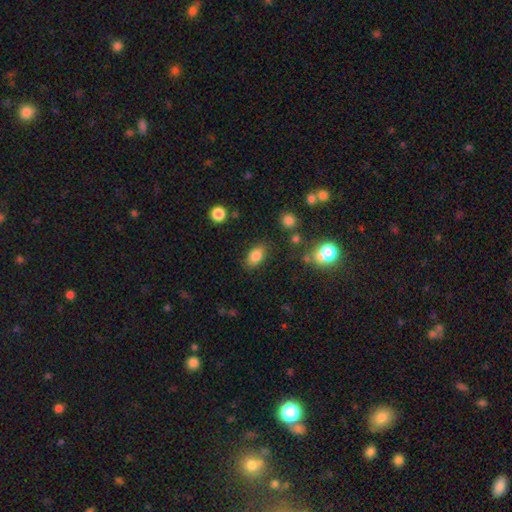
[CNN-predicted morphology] Q: Smooth or featured?
A: smooth (84%); runner-up: star or artifact (10%)
Q: How rounded?
A: in between (87%); runner-up: round (10%)
Q: Merging?
A: none (82%); runner-up: minor disturbance (12%)